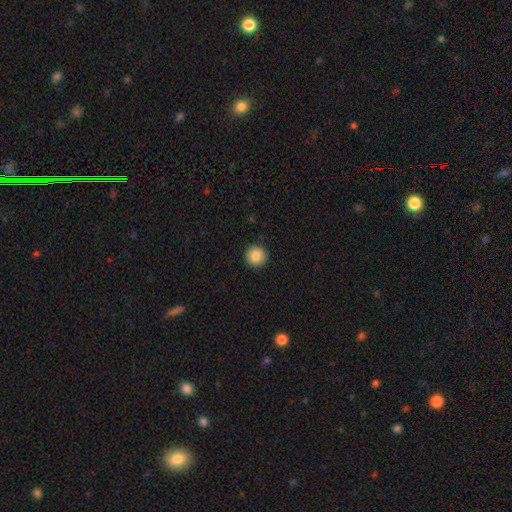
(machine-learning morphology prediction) A smooth galaxy with no disk features (87%) that is round (94%). Merging: none (93%).